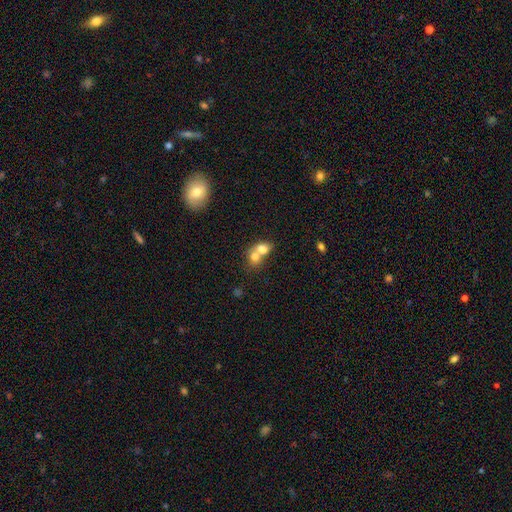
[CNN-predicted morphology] Smooth or featured?
  - smooth: 72% *
  - featured or disk: 17%
  - star or artifact: 10%
How rounded?
  - round: 56% *
  - in between: 43%
  - cigar-shaped: 1%
Merging?
  - merger: 71% *
  - none: 21%
  - minor disturbance: 5%
  - major disturbance: 3%